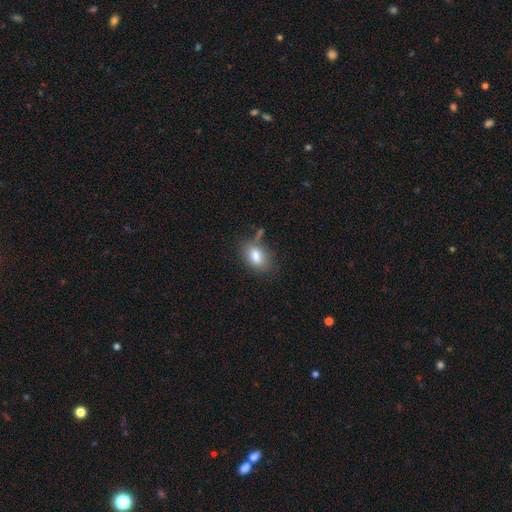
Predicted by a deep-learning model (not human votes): Morphology: type=smooth (81%); roundness=in between (83%); merging=none (63%).